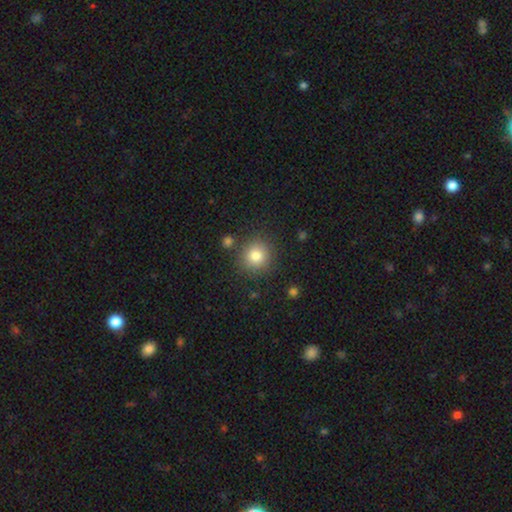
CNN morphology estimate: type=smooth (81%); roundness=round (91%); merging=none (83%).